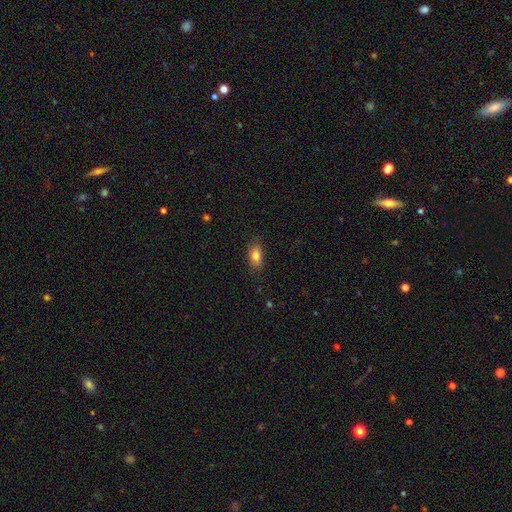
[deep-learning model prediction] Smooth or featured?
  - smooth: 82% *
  - featured or disk: 10%
  - star or artifact: 8%
How rounded?
  - in between: 86% *
  - cigar-shaped: 8%
  - round: 7%
Merging?
  - none: 82% *
  - minor disturbance: 14%
  - major disturbance: 3%
  - merger: 1%